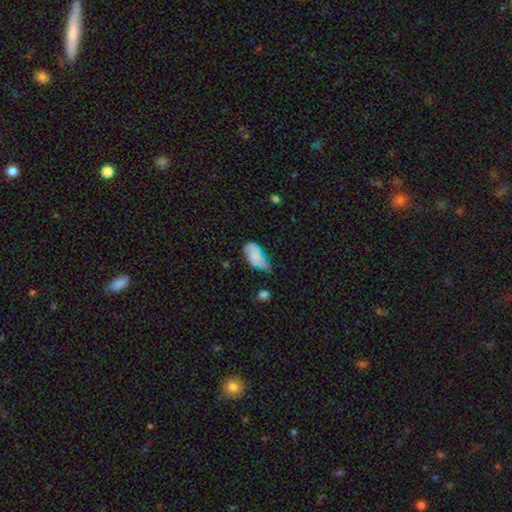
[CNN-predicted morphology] The model was most divided on "merging": none: 42%, minor disturbance: 37%, major disturbance: 15%, merger: 6%. More confident: how rounded — in between (92%); smooth or featured — smooth (65%).